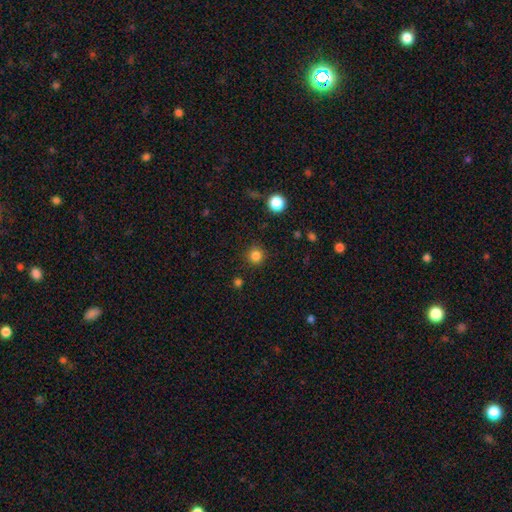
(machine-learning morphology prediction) This appears to be a smooth galaxy with no disk features (83%) that is round (94%). Merging: none (90%).